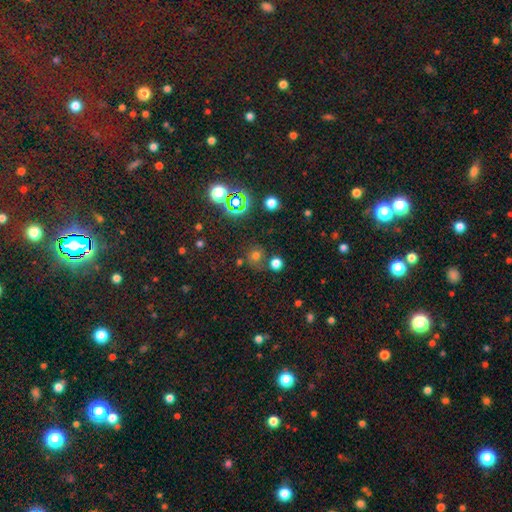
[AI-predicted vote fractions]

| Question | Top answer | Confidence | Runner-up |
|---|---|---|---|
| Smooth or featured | smooth | 61% | star or artifact (31%) |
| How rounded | round | 87% | in between (12%) |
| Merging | none | 74% | merger (11%) |